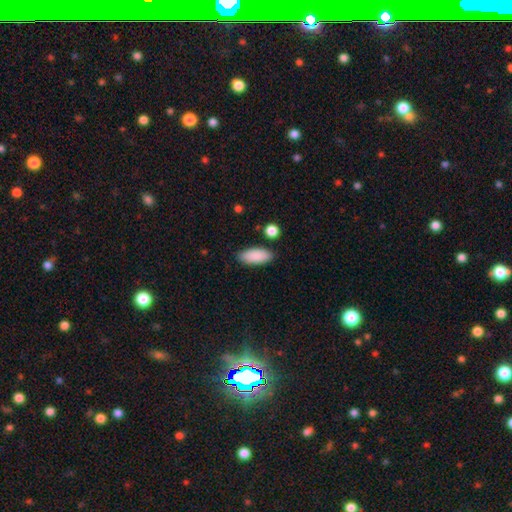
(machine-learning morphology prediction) This appears to be a smooth galaxy with no disk features (88%) that is in between round and cigar-shaped (82%). Merging: none (84%).